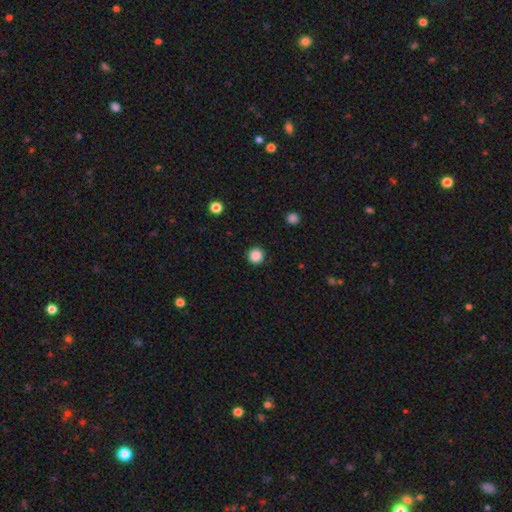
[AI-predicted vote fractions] Smooth or featured? Predicted: smooth (p=0.87). How rounded? Predicted: round (p=0.96). Merging? Predicted: none (p=0.92).